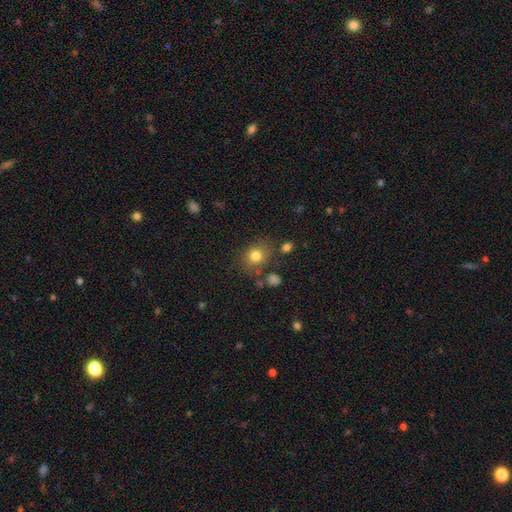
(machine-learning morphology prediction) This appears to be a smooth galaxy with no disk features (79%) that is round (64%). Merging: none (74%).